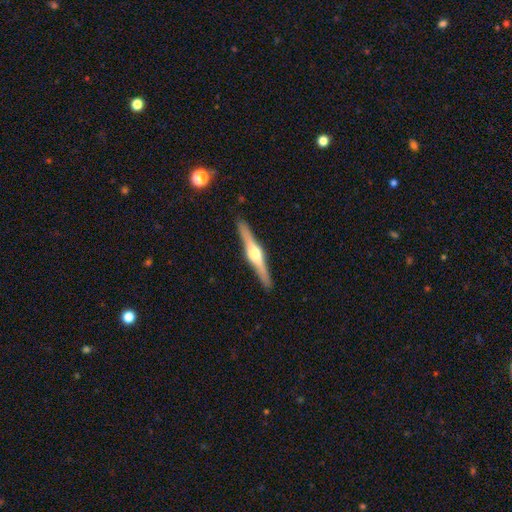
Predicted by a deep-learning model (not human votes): This is likely a featured or disk galaxy (79%). It is clearly viewed edge-on (98%). Edge-on bulge: clearly rounded (93%). Merging: clearly none (91%).